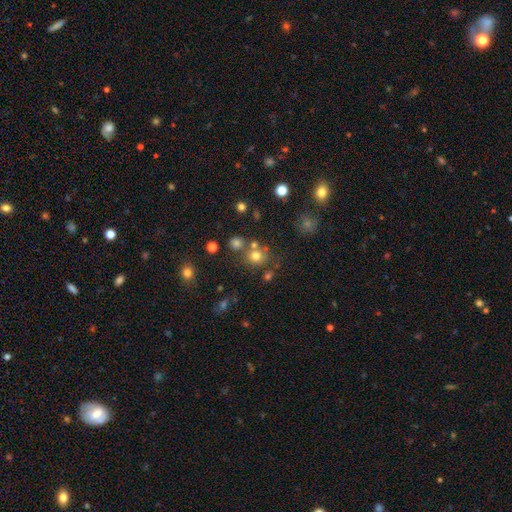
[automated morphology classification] This is likely a smooth galaxy (73%). How rounded: clearly round (84%). Merging: likely none (67%).